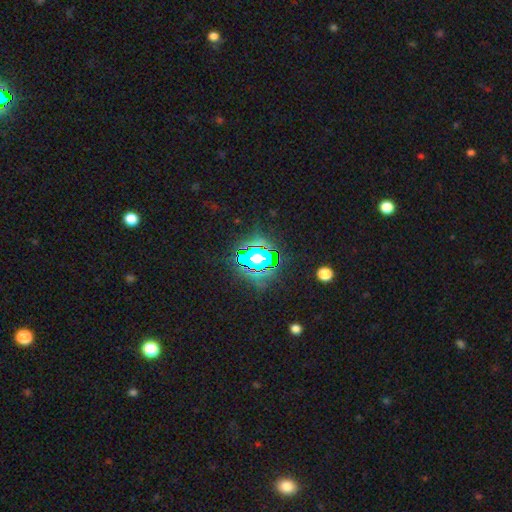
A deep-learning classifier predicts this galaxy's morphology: Smooth or featured?
  - star or artifact: 65% *
  - smooth: 20%
  - featured or disk: 15%